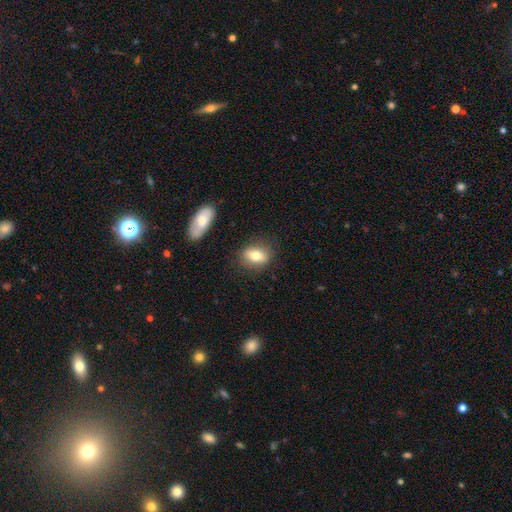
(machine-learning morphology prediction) type=smooth (76%); roundness=in between (75%); merging=none (82%).